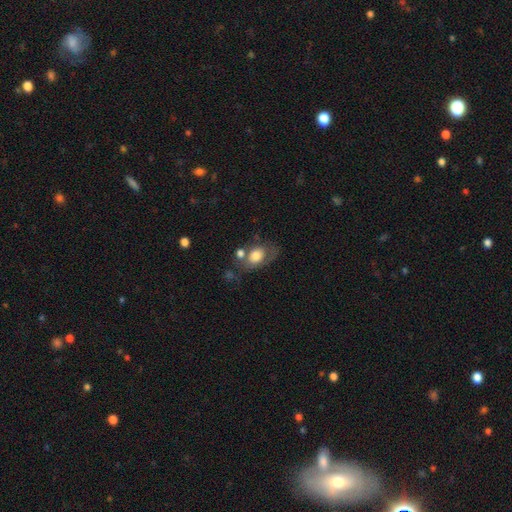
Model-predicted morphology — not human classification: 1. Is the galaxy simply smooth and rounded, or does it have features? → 64% smooth, 28% featured or disk, 8% star or artifact.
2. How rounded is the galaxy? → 75% in between, 24% round, 2% cigar-shaped.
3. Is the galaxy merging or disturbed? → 45% none, 21% minor disturbance, 20% merger, 15% major disturbance.